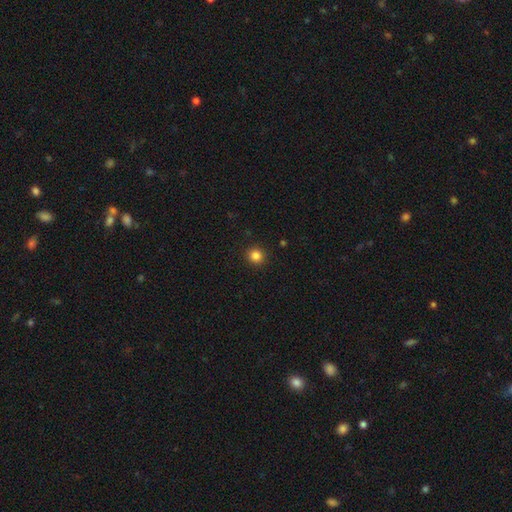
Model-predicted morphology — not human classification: A smooth galaxy with no disk features (84%) that is round (94%). Merging: none (92%).